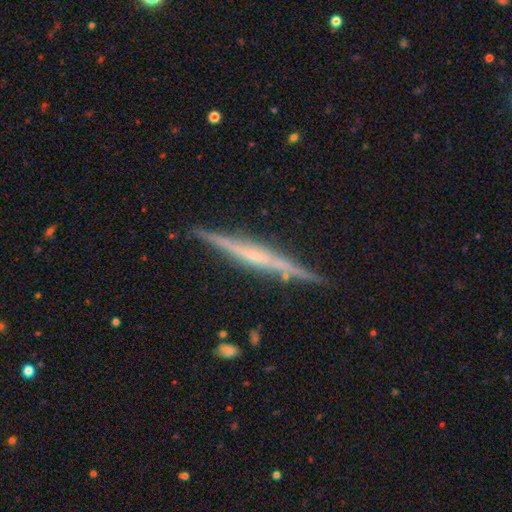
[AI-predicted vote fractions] featured or disk 78%, smooth 16%, star or artifact 6%. Down the decision tree: edge-on disk — yes (98%); edge-on bulge — none (47%); merging — none (87%).